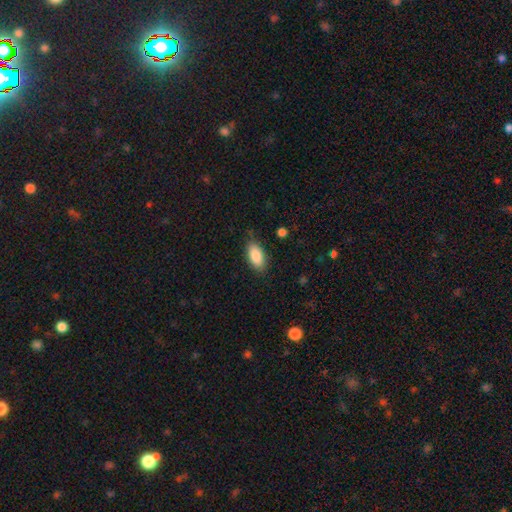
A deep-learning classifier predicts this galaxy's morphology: This is clearly a smooth galaxy (88%). How rounded: clearly in between (91%). Merging: clearly none (82%).